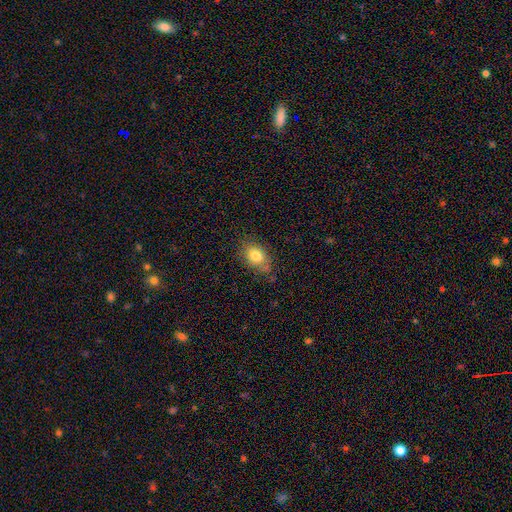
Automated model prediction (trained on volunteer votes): A smooth galaxy with no disk features (80%) that is in between round and cigar-shaped (76%). Merging: none (72%).